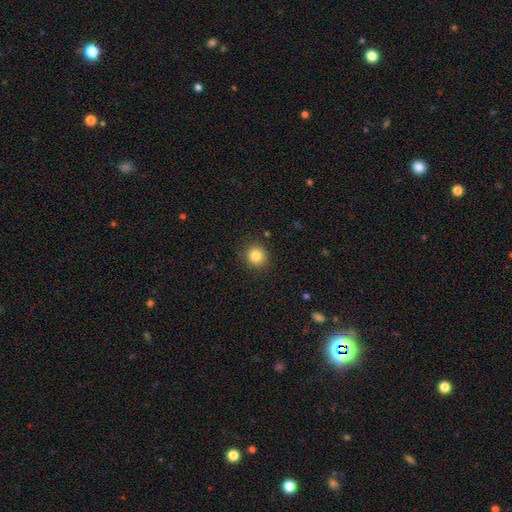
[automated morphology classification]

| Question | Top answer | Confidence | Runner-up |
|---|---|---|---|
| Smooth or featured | smooth | 84% | star or artifact (11%) |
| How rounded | round | 91% | in between (8%) |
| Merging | none | 89% | minor disturbance (7%) |